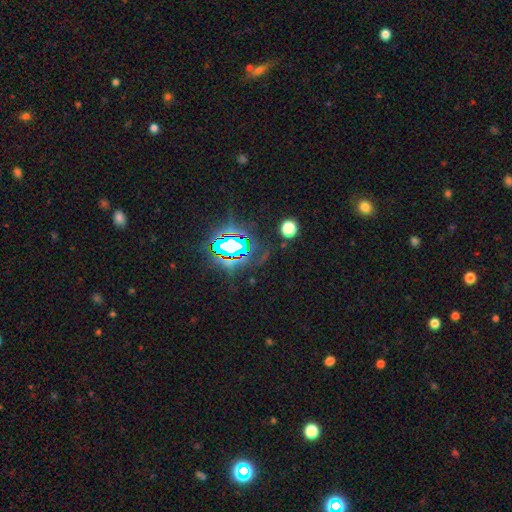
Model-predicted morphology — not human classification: star or artifact 80%, smooth 12%, featured or disk 8%.